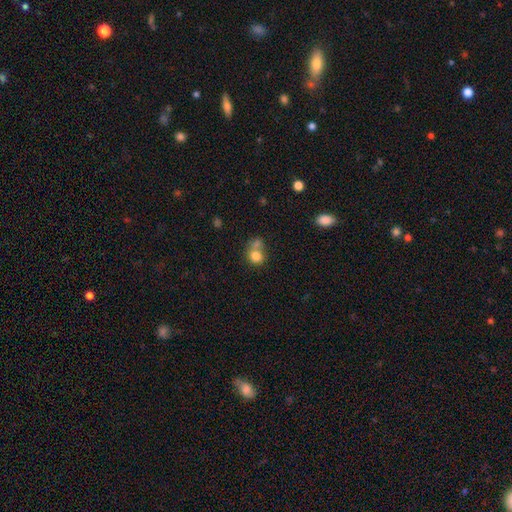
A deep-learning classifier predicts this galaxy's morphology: smooth 78%, featured or disk 12%, star or artifact 11%. Down the decision tree: how rounded — round (73%); merging — merger (53%).